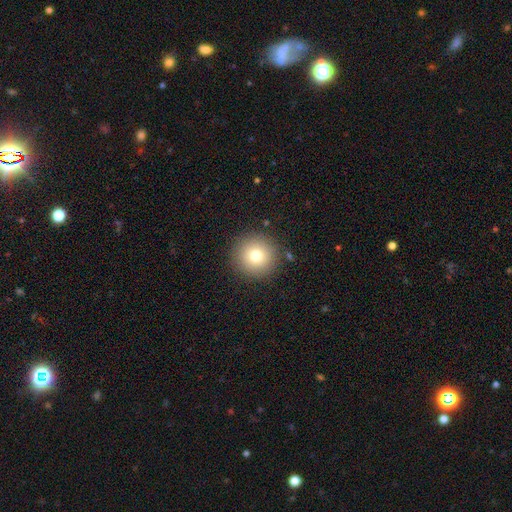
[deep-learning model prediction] Smooth or featured? smooth (76%)
How rounded? round (96%)
Merging? none (89%)